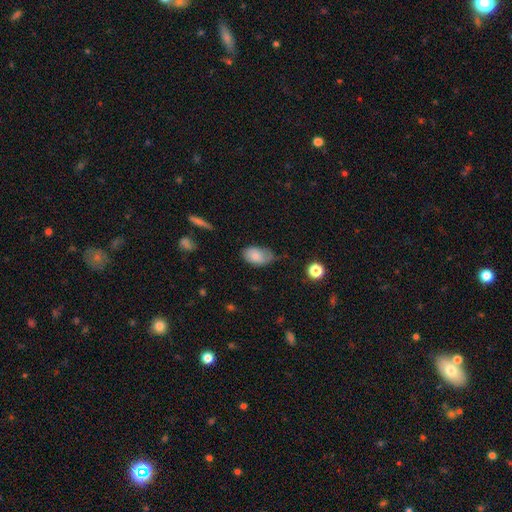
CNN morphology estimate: type=smooth (77%); roundness=in between (91%); merging=none (45%).